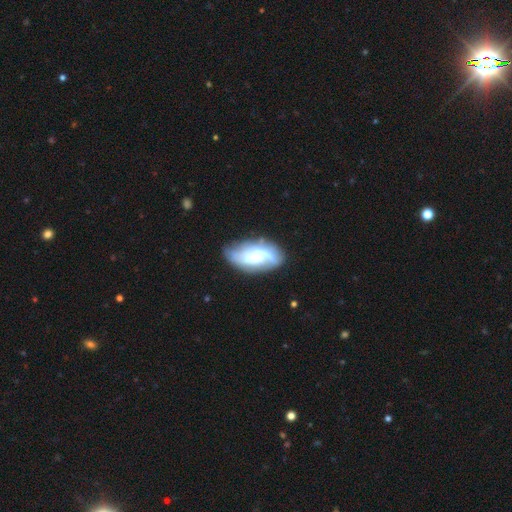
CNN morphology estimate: smooth_or_featured: featured or disk (p=0.70) [alt: smooth p=0.23]
disk_edge_on: no (p=0.95) [alt: yes p=0.05]
bar: no (p=0.55) [alt: weak p=0.33]
has_spiral_arms: yes (p=0.85) [alt: no p=0.15]
spiral_winding: loose (p=0.43) [alt: medium p=0.37]
spiral_arm_count: 2 (p=0.55) [alt: can't tell p=0.17]
bulge_size: small (p=0.38) [alt: moderate p=0.31]
merging: none (p=0.54) [alt: minor disturbance p=0.23]